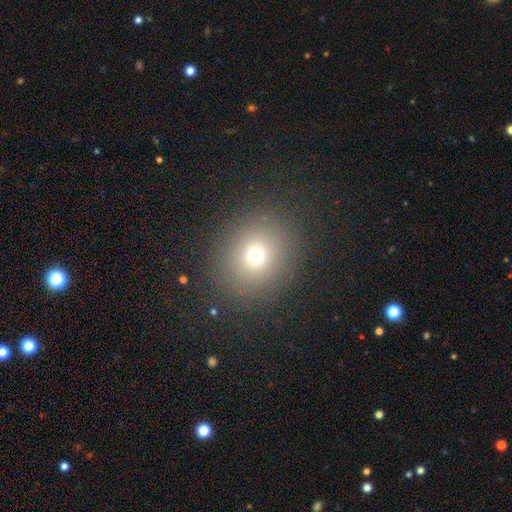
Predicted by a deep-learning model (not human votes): This appears to be a smooth galaxy with no disk features (70%) that is round (84%). Merging: none (86%).